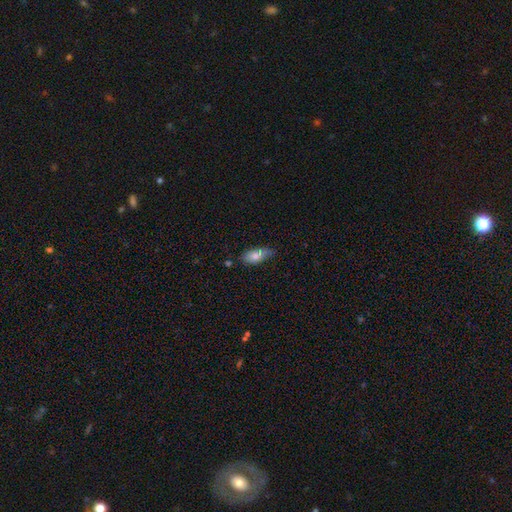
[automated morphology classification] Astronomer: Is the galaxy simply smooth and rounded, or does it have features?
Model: smooth — 76%.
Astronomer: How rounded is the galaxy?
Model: in between — 82%.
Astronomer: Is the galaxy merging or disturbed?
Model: none — 53% (runner-up: minor disturbance, 33%).